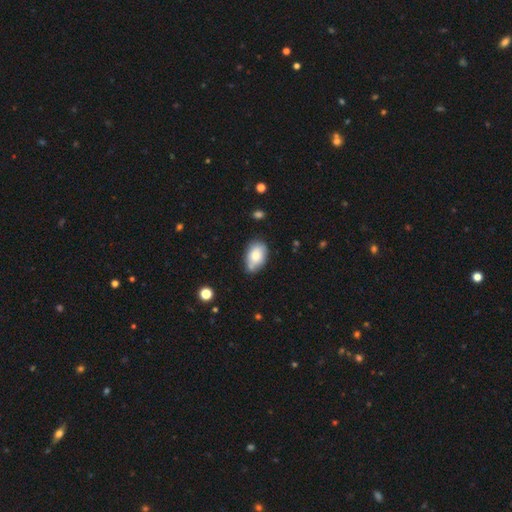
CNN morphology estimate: A smooth galaxy with no disk features (77%) that is in between round and cigar-shaped (89%). Merging: none (62%).